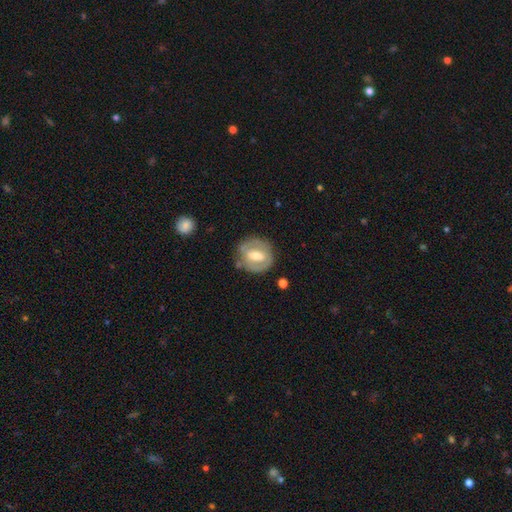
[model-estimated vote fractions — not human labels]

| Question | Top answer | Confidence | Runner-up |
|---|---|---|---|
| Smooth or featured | featured or disk | 60% | smooth (35%) |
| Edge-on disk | no | 95% | yes (5%) |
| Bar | weak | 42% | strong (32%) |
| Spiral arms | no | 63% | yes (37%) |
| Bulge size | moderate | 64% | small (23%) |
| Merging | none | 75% | minor disturbance (16%) |